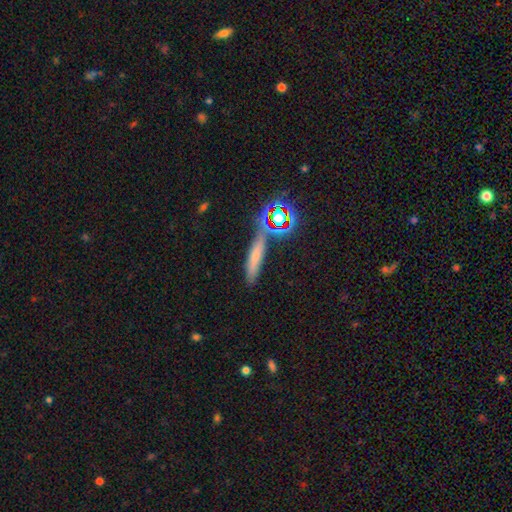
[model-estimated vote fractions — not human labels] Smooth or featured? smooth (58%)
How rounded? cigar-shaped (78%)
Merging? none (74%)